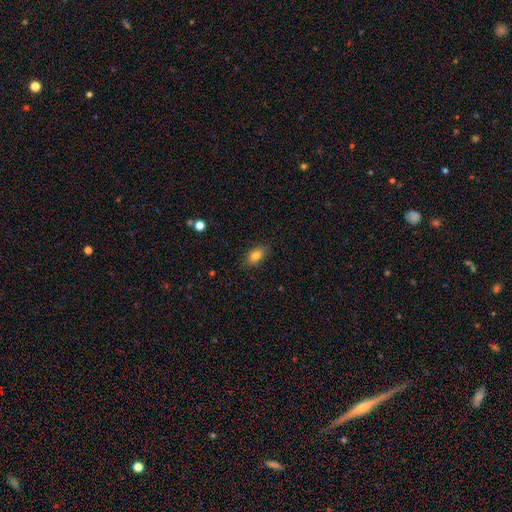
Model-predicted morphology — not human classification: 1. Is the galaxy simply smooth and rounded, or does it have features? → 81% smooth, 10% featured or disk, 9% star or artifact.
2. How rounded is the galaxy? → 87% in between, 10% round, 3% cigar-shaped.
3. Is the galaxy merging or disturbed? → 85% none, 12% minor disturbance, 3% major disturbance, 1% merger.